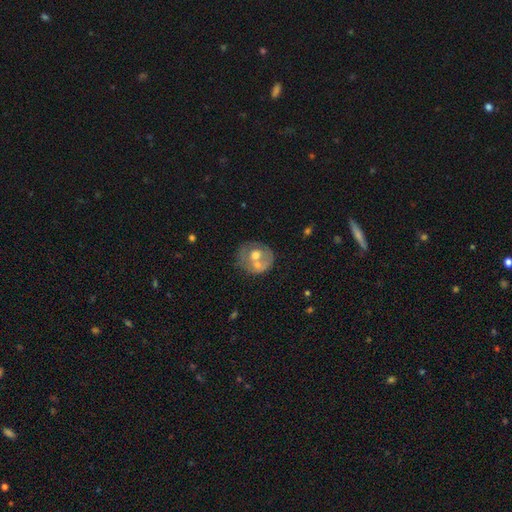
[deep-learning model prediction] Overall: smooth (47%; featured or disk 46%). Merging: merger (39%, tied with none).